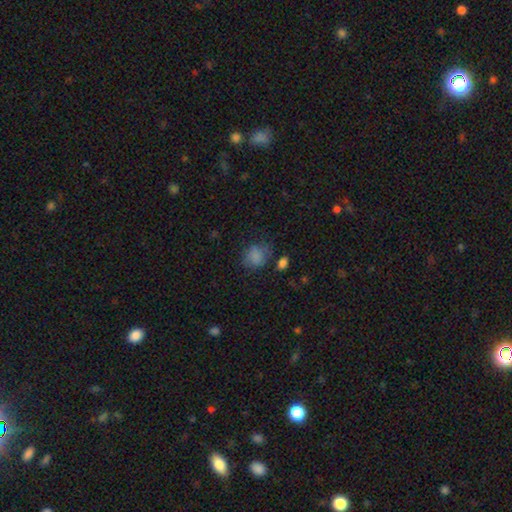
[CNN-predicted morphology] Smooth or featured? smooth (79%)
How rounded? round (60%)
Merging? none (56%)